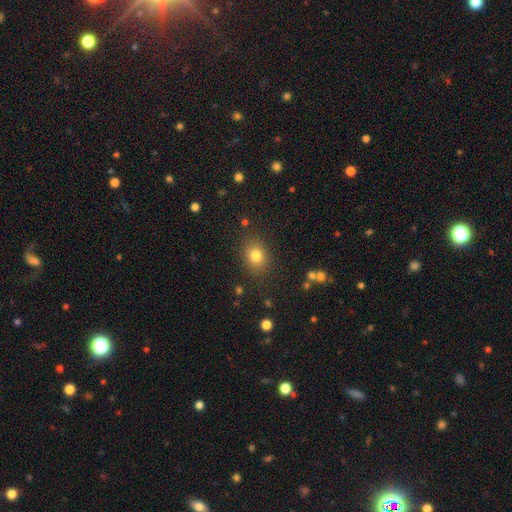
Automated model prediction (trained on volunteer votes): Smooth or featured: smooth — 80% (star or artifact — 12%)
How rounded: round — 50% (in between — 49%)
Merging: none — 84% (minor disturbance — 10%)